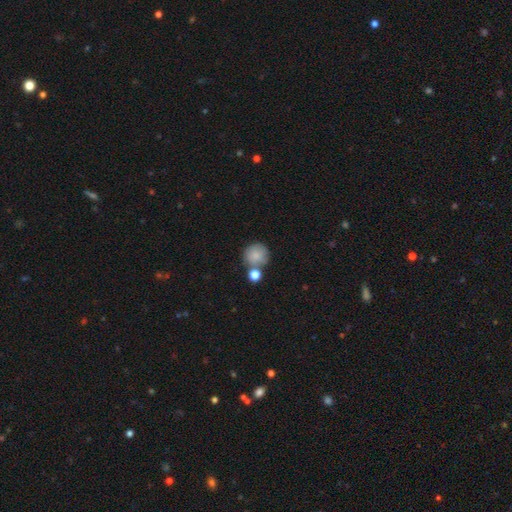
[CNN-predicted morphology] This appears to be a smooth galaxy with no disk features (82%) that is round (90%). Merging: none (57%).